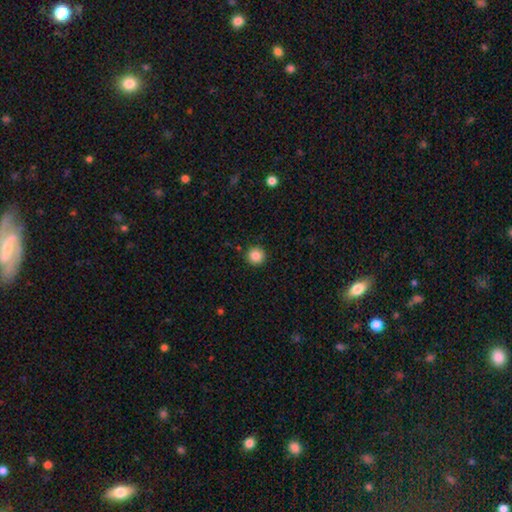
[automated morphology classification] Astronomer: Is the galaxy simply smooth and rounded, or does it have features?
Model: smooth — 87%.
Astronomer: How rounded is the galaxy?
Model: round — 96%.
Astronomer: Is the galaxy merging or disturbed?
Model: none — 92%.